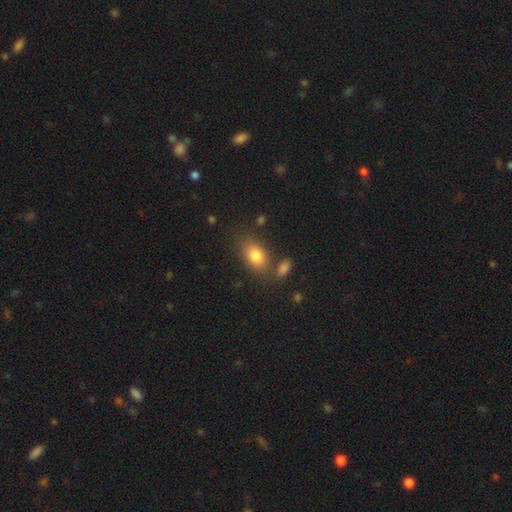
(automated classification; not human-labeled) smooth-or-featured: smooth: 82% | featured or disk: 10% | star or artifact: 9%
  how-rounded: in between: 83% | round: 14% | cigar-shaped: 3%
  merging: none: 69% | minor disturbance: 14% | merger: 11% | major disturbance: 5%